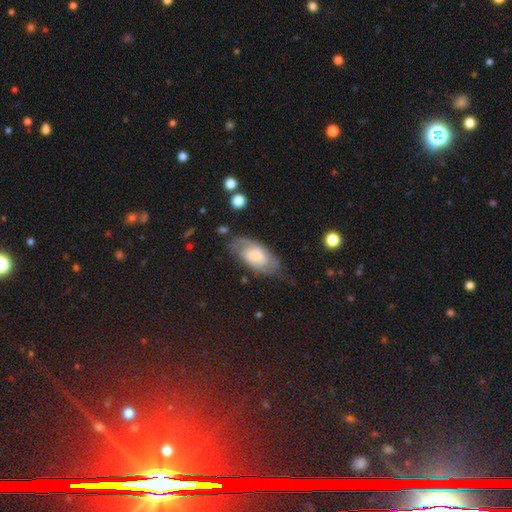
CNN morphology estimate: Smooth or featured: featured or disk — 62% (smooth — 31%)
Edge-on disk: no — 94% (yes — 6%)
Bar: no — 46% (weak — 43%)
Spiral arms: yes — 86% (no — 14%)
Spiral winding: medium — 44% (tight — 37%)
Spiral arm count: 2 — 68% (can't tell — 20%)
Bulge size: small — 42% (moderate — 33%)
Merging: none — 65% (minor disturbance — 22%)